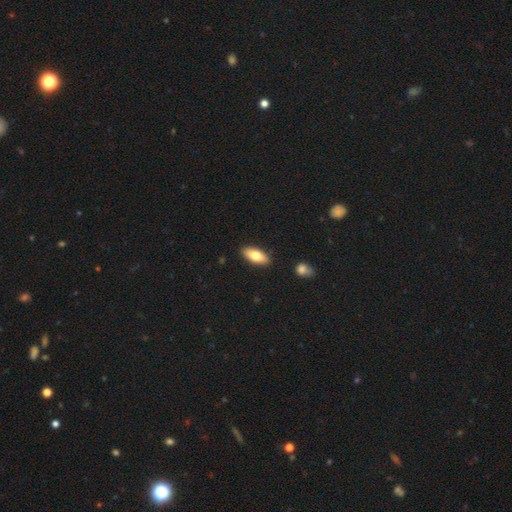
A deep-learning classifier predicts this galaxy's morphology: Smooth or featured? smooth (74%)
How rounded? in between (83%)
Merging? none (88%)